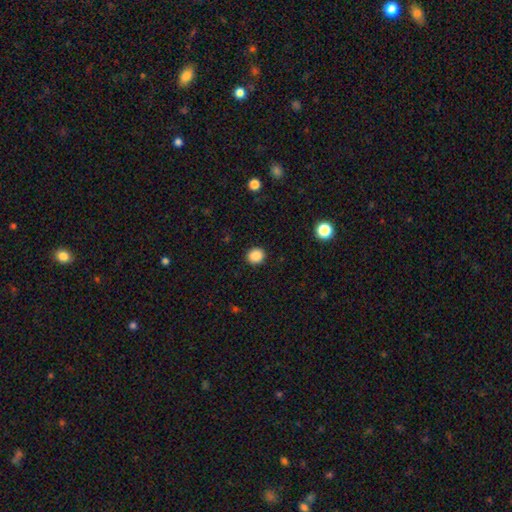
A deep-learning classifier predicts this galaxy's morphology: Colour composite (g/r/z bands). It shows a smooth galaxy with no disk features (87%) that is round (83%). Merging: none (91%).